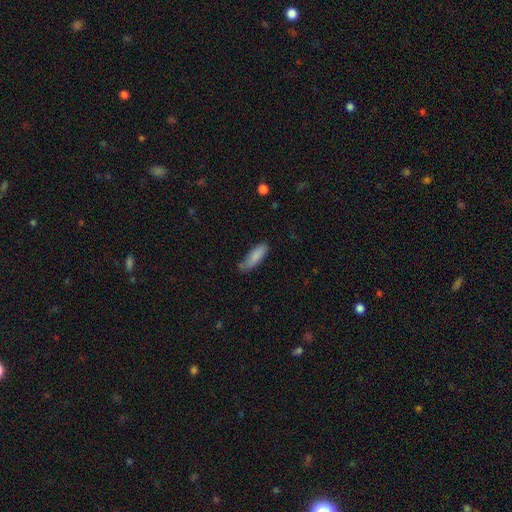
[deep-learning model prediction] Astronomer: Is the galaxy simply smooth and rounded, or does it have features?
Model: smooth — 85%.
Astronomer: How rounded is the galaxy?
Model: in between — 55% (runner-up: cigar-shaped, 43%).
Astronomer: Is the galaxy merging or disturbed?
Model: none — 59%.